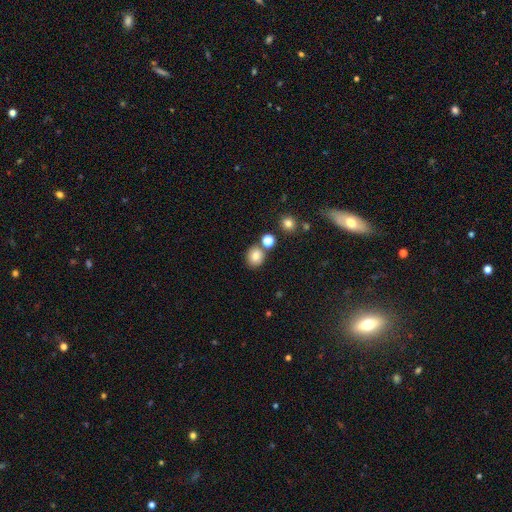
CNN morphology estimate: Overall: smooth (79%). How rounded: round (75%). Merging: none (76%).